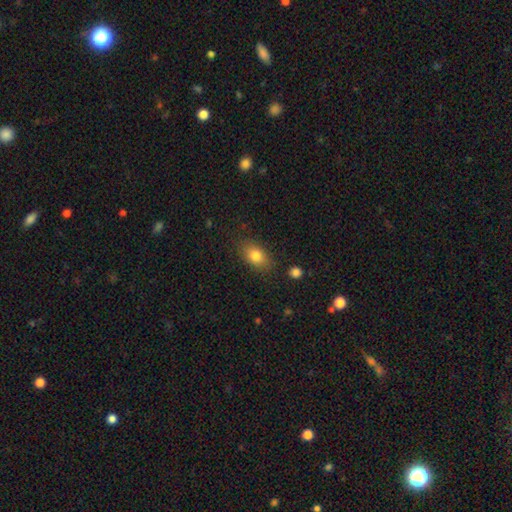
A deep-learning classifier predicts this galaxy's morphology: Q: Smooth or featured?
A: smooth (81%); runner-up: featured or disk (10%)
Q: How rounded?
A: in between (82%); runner-up: round (15%)
Q: Merging?
A: none (81%); runner-up: minor disturbance (13%)